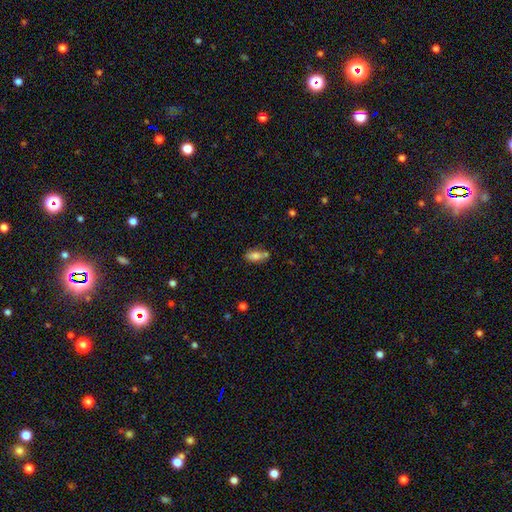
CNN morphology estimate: A smooth galaxy with no disk features (79%) that is in between round and cigar-shaped (84%).

Vote fractions:
- Smooth or featured? smooth: 79% / featured or disk: 12% / star or artifact: 9%
- How rounded? in between: 84% / cigar-shaped: 12% / round: 4%
- Merging? none: 58% / minor disturbance: 20% / merger: 17% / major disturbance: 5%